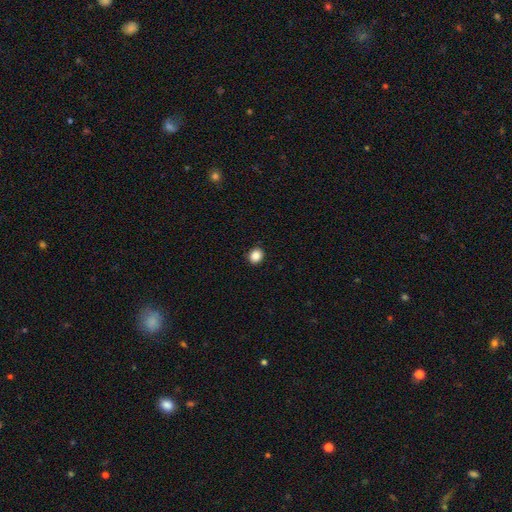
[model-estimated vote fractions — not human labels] smooth 87%, star or artifact 10%, featured or disk 3%. Down the decision tree: how rounded — round (78%); merging — none (92%).